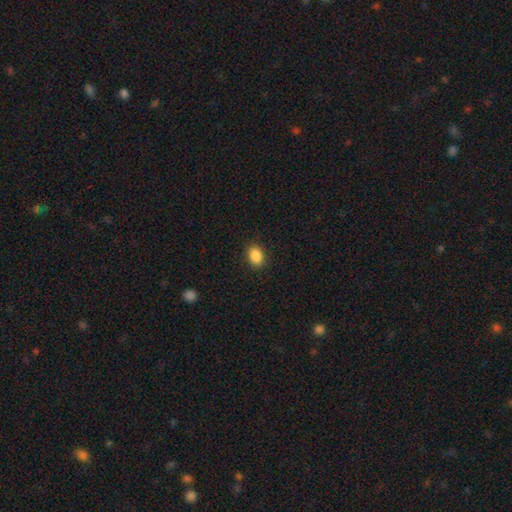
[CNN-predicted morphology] This is clearly a smooth galaxy (88%). How rounded: likely in between (74%). Merging: clearly none (89%).